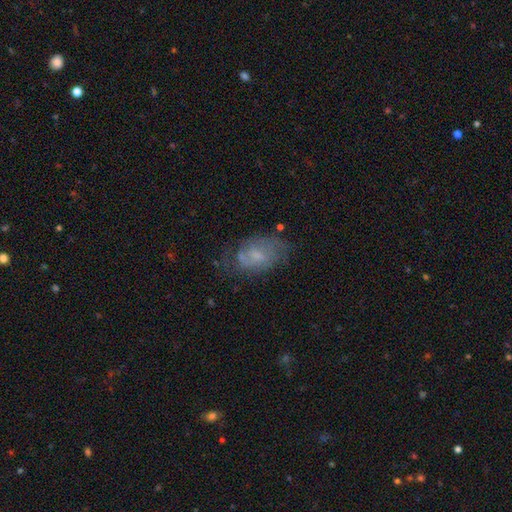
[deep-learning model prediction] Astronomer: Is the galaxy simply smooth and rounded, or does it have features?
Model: featured or disk — 49% (runner-up: smooth, 41%).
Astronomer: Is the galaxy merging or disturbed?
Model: none — 57%.